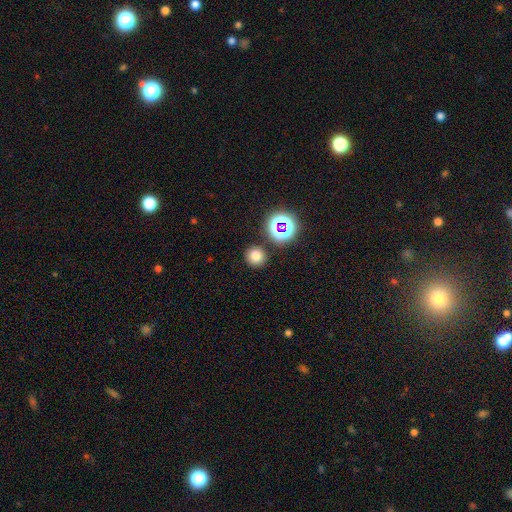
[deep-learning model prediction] Overall: smooth (73%). How rounded: round (92%). Merging: none (87%).